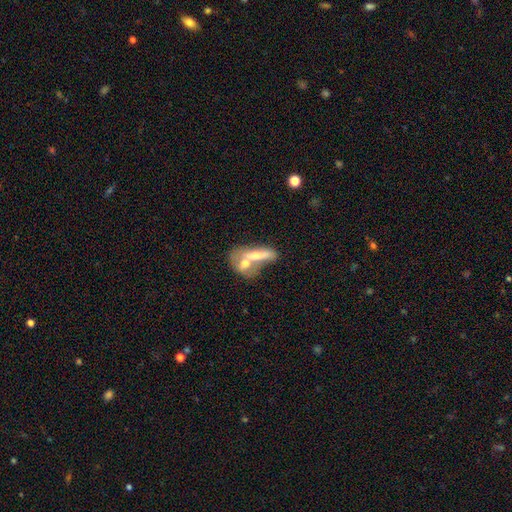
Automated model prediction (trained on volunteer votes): smooth 55%, featured or disk 38%, star or artifact 7%. Down the decision tree: how rounded — in between (59%); merging — merger (66%).